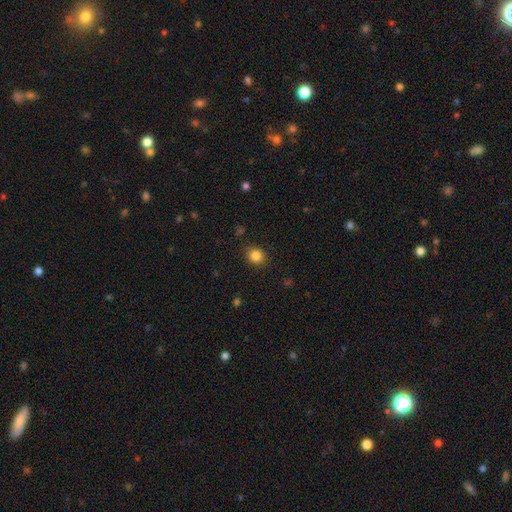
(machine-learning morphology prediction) smooth 84%, star or artifact 11%, featured or disk 5%. Down the decision tree: how rounded — round (76%); merging — none (88%).